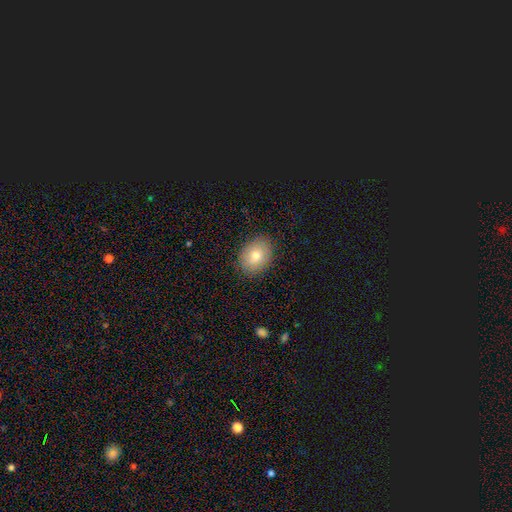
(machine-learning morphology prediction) This is likely a smooth galaxy (77%). How rounded: likely in between (67%). Merging: clearly none (88%).